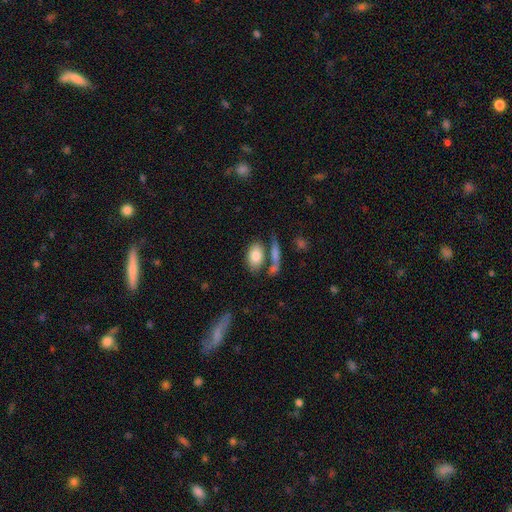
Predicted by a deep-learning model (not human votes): Smooth or featured: smooth — 80% (featured or disk — 13%)
How rounded: in between — 90% (round — 7%)
Merging: none — 57% (merger — 23%)